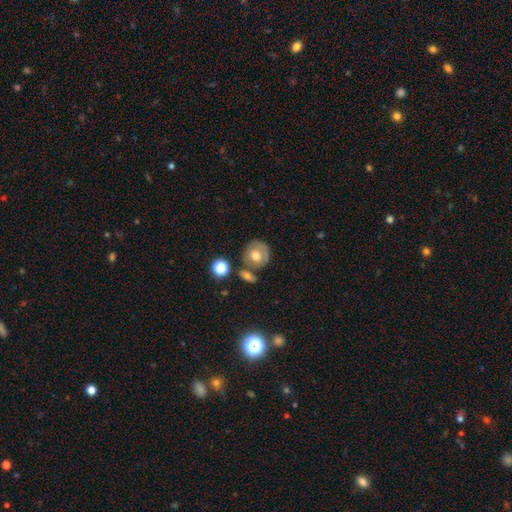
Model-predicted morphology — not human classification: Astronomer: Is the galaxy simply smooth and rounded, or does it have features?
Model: smooth — 60%.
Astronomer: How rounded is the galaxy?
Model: round — 86%.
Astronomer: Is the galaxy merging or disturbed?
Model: none — 60%.